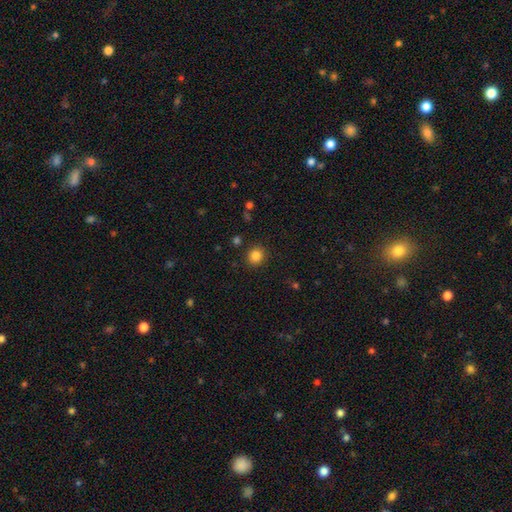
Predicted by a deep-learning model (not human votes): smooth_or_featured: smooth (p=0.85) [alt: star or artifact p=0.11]
how_rounded: round (p=0.84) [alt: in between p=0.15]
merging: none (p=0.89) [alt: minor disturbance p=0.07]